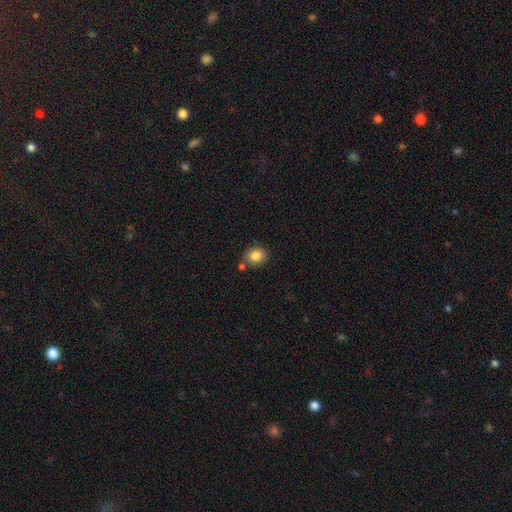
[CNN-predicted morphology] smooth-or-featured: smooth: 84% | star or artifact: 9% | featured or disk: 7%
  how-rounded: round: 58% | in between: 41% | cigar-shaped: 1%
  merging: none: 74% | minor disturbance: 12% | merger: 11% | major disturbance: 3%